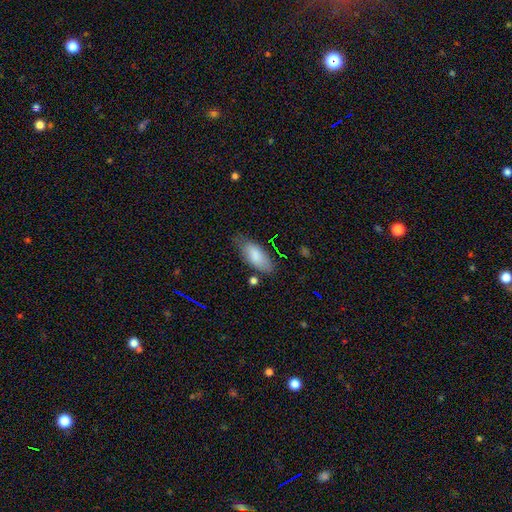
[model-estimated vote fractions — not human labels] smooth 83%, featured or disk 11%, star or artifact 6%. Down the decision tree: how rounded — in between (87%); merging — none (66%).